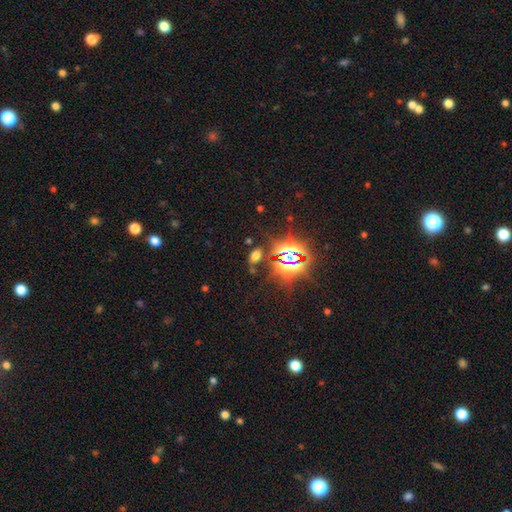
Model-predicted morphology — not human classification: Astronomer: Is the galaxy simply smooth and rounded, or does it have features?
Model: star or artifact — 46% (runner-up: smooth, 45%).